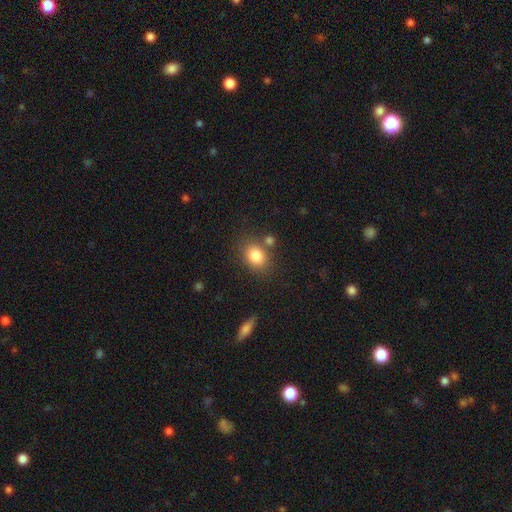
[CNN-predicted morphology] Smooth or featured? Predicted: smooth (p=0.82). How rounded? Predicted: in between (p=0.54). Merging? Predicted: none (p=0.72).